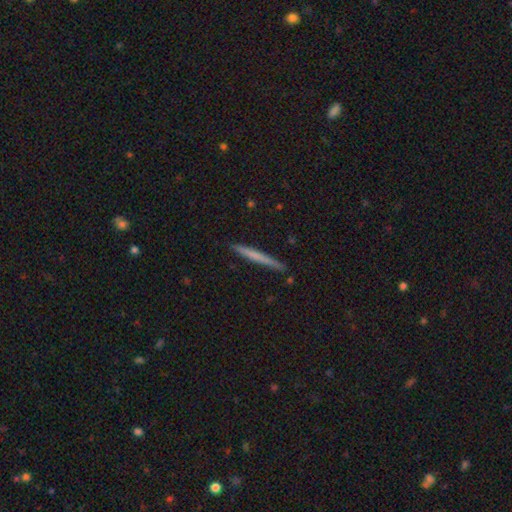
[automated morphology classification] smooth-or-featured: smooth: 59% | featured or disk: 35% | star or artifact: 5%
  how-rounded: cigar-shaped: 97% | in between: 2% | round: 1%
  merging: none: 89% | minor disturbance: 8% | merger: 1% | major disturbance: 1%